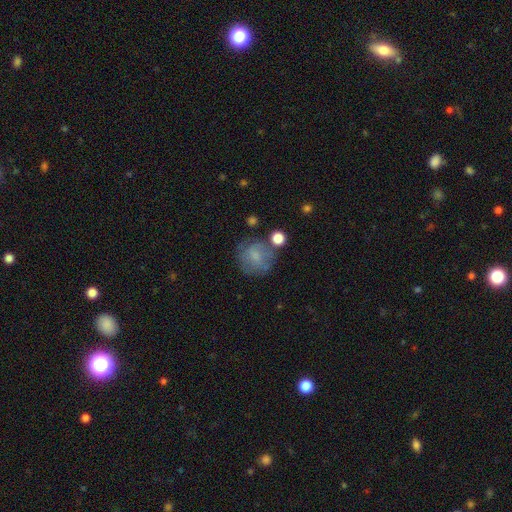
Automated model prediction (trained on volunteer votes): Smooth or featured? smooth (66%)
How rounded? round (85%)
Merging? none (61%)